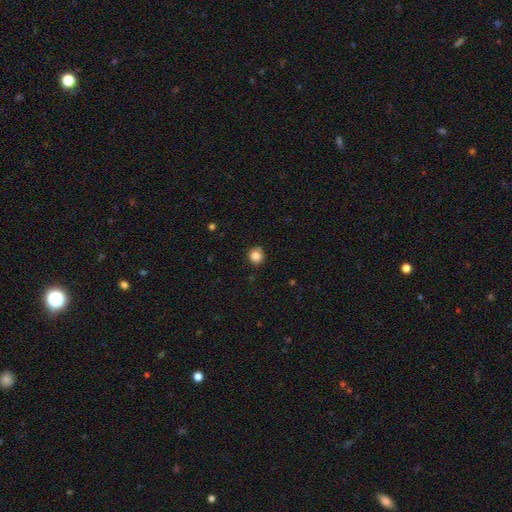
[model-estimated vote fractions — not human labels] A smooth galaxy with no disk features (85%) that is round (90%). Merging: none (85%).